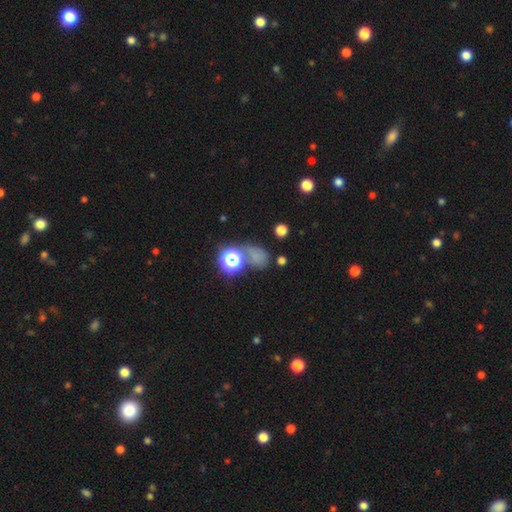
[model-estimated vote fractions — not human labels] This is possibly a smooth galaxy (56%). How rounded: possibly round (53%). Merging: possibly none (51%).